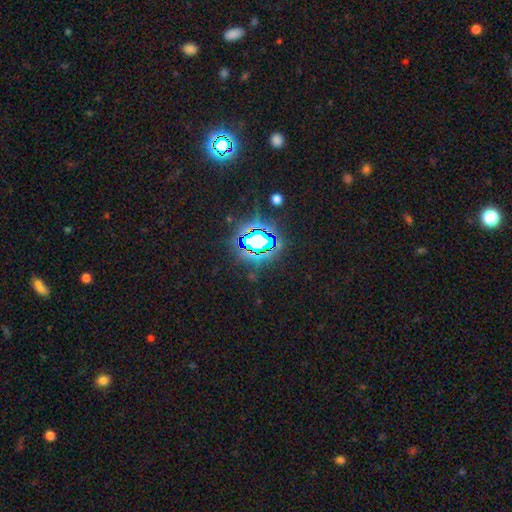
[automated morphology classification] star or artifact 81%, smooth 12%, featured or disk 7%.